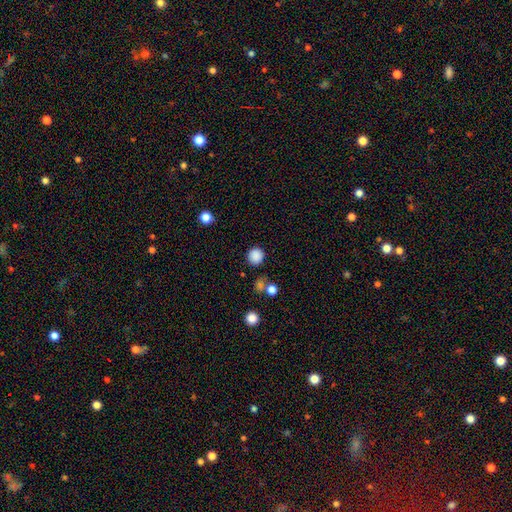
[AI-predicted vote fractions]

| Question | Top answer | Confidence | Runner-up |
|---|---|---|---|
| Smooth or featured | smooth | 85% | star or artifact (11%) |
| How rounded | round | 90% | in between (9%) |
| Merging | none | 82% | minor disturbance (10%) |